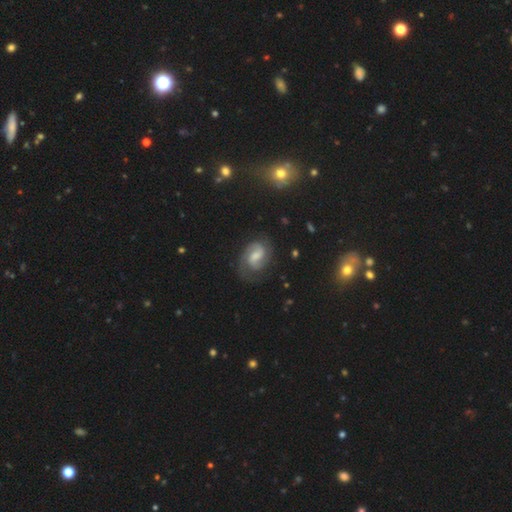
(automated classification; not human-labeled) Smooth or featured: featured or disk — 79% (smooth — 14%)
Edge-on disk: no — 98% (yes — 2%)
Bar: weak — 57% (no — 25%)
Spiral arms: yes — 96% (no — 4%)
Spiral winding: medium — 50% (tight — 34%)
Spiral arm count: 2 — 80% (can't tell — 8%)
Bulge size: moderate — 40% (small — 31%)
Merging: none — 71% (minor disturbance — 18%)